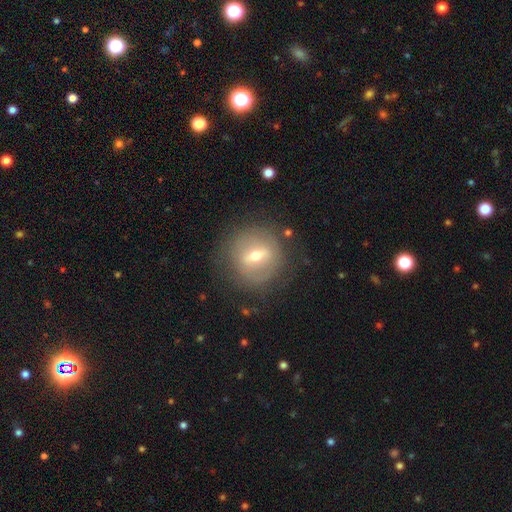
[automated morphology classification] Q: Smooth or featured?
A: featured or disk (59%); runner-up: smooth (32%)
Q: Edge-on disk?
A: no (88%); runner-up: yes (12%)
Q: Bar?
A: weak (45%); runner-up: strong (41%)
Q: Spiral arms?
A: no (68%); runner-up: yes (32%)
Q: Bulge size?
A: moderate (61%); runner-up: small (33%)
Q: Merging?
A: none (77%); runner-up: minor disturbance (14%)